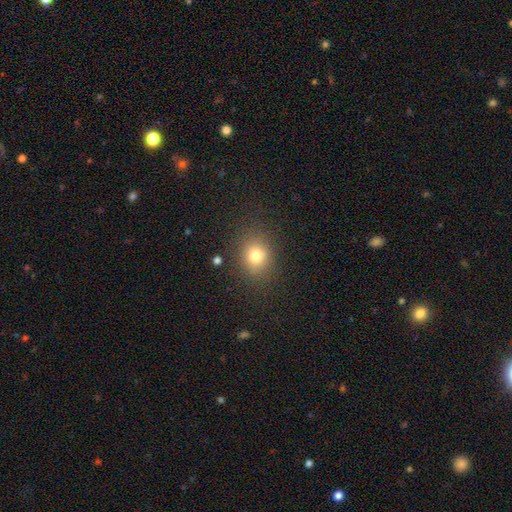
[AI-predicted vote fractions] Morphology: type=smooth (77%); roundness=round (59%); merging=none (83%).